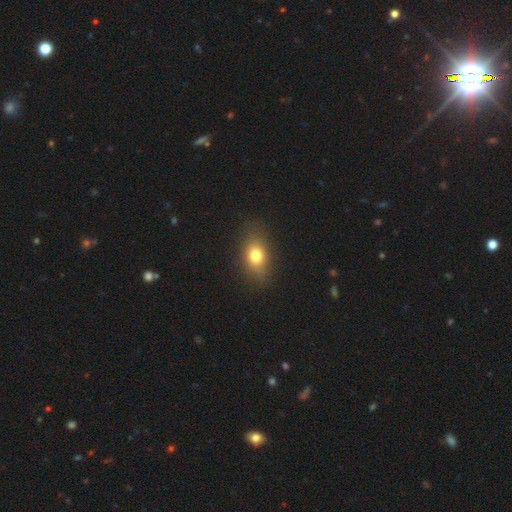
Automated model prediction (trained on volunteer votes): A smooth galaxy with no disk features (75%) that is in between round and cigar-shaped (72%).

Vote fractions:
- Smooth or featured? smooth: 75% / featured or disk: 14% / star or artifact: 11%
- How rounded? in between: 72% / round: 24% / cigar-shaped: 4%
- Merging? none: 81% / minor disturbance: 13% / major disturbance: 4% / merger: 1%